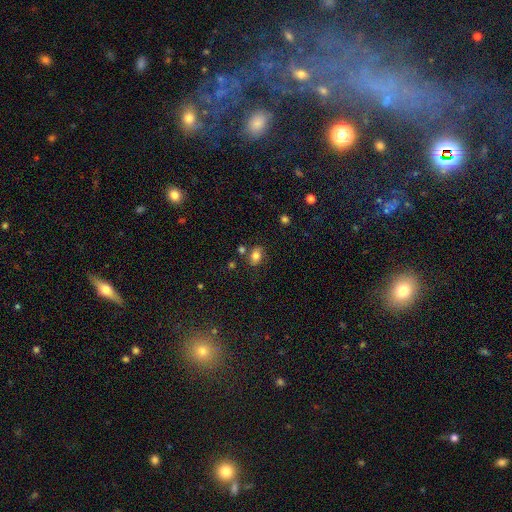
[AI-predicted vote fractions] Overall: smooth (78%). How rounded: in between (73%). Merging: none (72%).